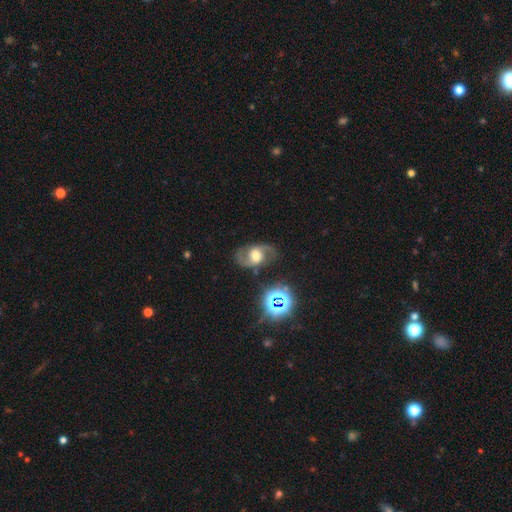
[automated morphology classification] Q: Smooth or featured?
A: featured or disk (79%); runner-up: smooth (11%)
Q: Edge-on disk?
A: no (97%); runner-up: yes (3%)
Q: Bar?
A: no (49%); runner-up: weak (39%)
Q: Spiral arms?
A: yes (93%); runner-up: no (7%)
Q: Spiral winding?
A: medium (53%); runner-up: loose (33%)
Q: Spiral arm count?
A: 2 (92%); runner-up: can't tell (3%)
Q: Bulge size?
A: moderate (63%); runner-up: large (20%)
Q: Merging?
A: none (77%); runner-up: minor disturbance (14%)